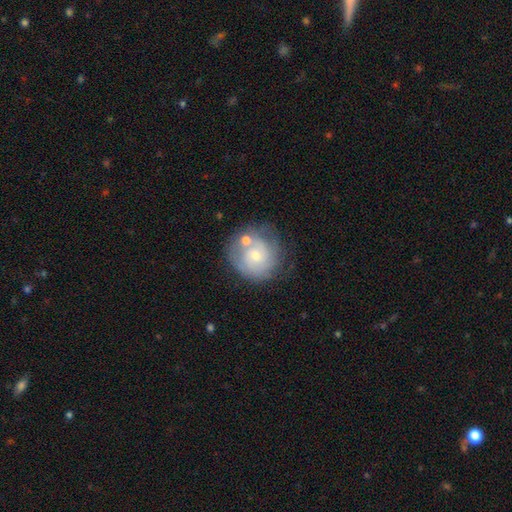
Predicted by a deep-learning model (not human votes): A featured or disk galaxy (51%). Merging: none (55%).